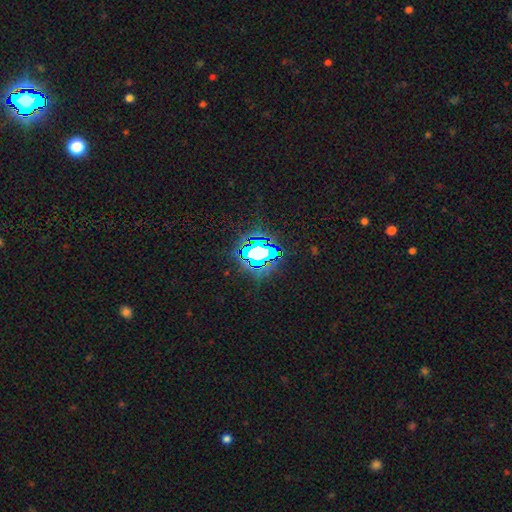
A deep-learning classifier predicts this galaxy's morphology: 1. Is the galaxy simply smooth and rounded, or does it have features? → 66% star or artifact, 21% smooth, 14% featured or disk.